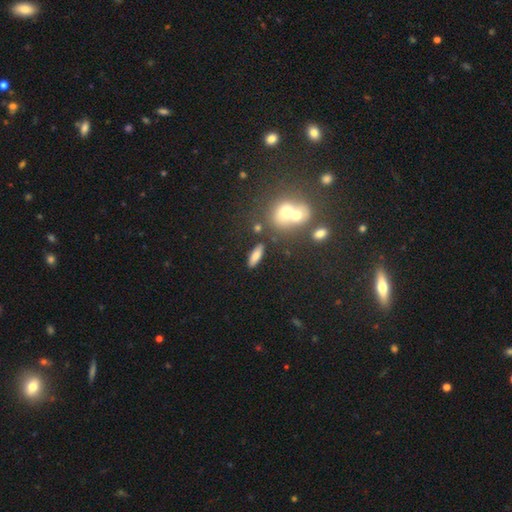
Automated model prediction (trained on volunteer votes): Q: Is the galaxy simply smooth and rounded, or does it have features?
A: smooth — 74%.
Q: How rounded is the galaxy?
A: in between — 49%.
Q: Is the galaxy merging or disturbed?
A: none — 81%.